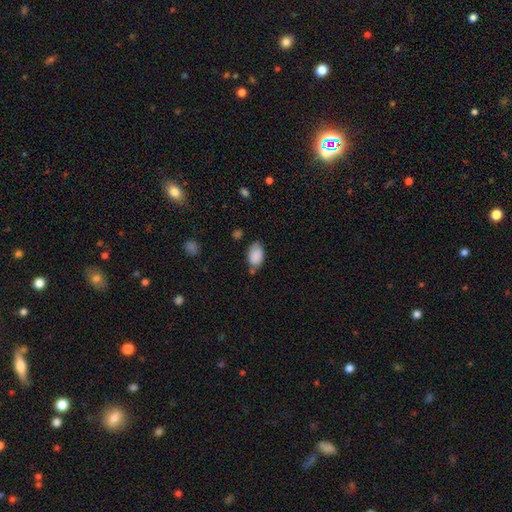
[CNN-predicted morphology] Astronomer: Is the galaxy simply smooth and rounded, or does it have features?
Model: smooth — 87%.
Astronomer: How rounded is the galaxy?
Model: in between — 92%.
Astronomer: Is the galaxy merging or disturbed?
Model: none — 63%.